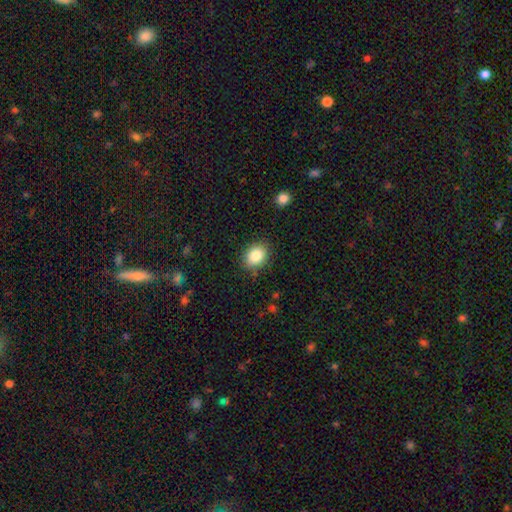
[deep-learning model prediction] smooth 85%, star or artifact 9%, featured or disk 6%. Down the decision tree: how rounded — in between (55%); merging — none (86%).